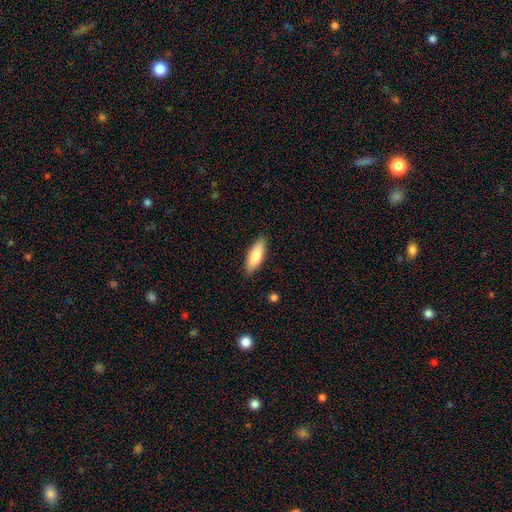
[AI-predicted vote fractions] A smooth galaxy with no disk features (83%) that is in between round and cigar-shaped (64%).

Vote fractions:
- Smooth or featured? smooth: 83% / featured or disk: 12% / star or artifact: 5%
- How rounded? in between: 64% / cigar-shaped: 34% / round: 2%
- Merging? none: 87% / minor disturbance: 10% / major disturbance: 2% / merger: 1%